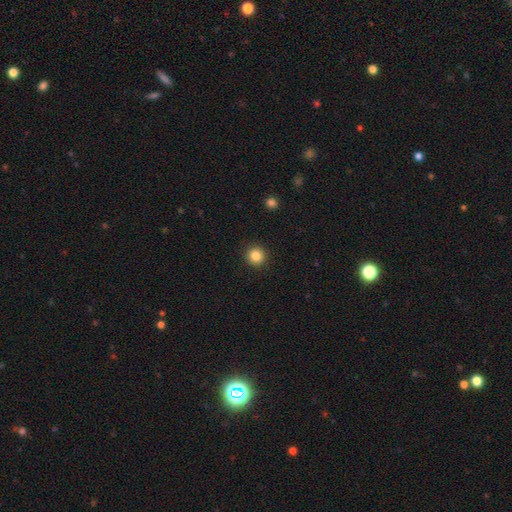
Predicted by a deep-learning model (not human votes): Smooth or featured: smooth — 85% (star or artifact — 11%)
How rounded: round — 94% (in between — 5%)
Merging: none — 93% (minor disturbance — 4%)